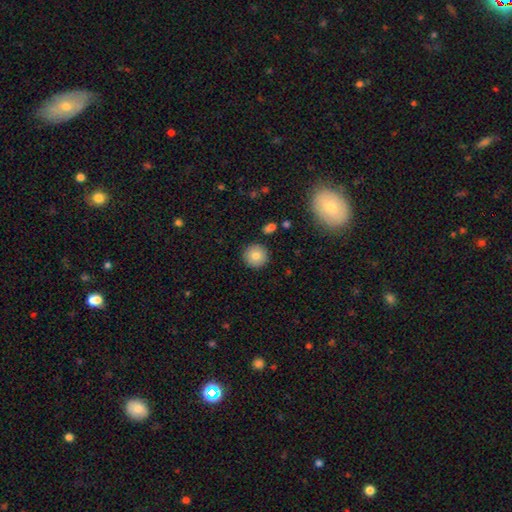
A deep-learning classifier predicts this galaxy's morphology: smooth_or_featured: smooth (p=0.80) [alt: featured or disk p=0.11]
how_rounded: round (p=0.94) [alt: in between p=0.05]
merging: none (p=0.90) [alt: minor disturbance p=0.06]